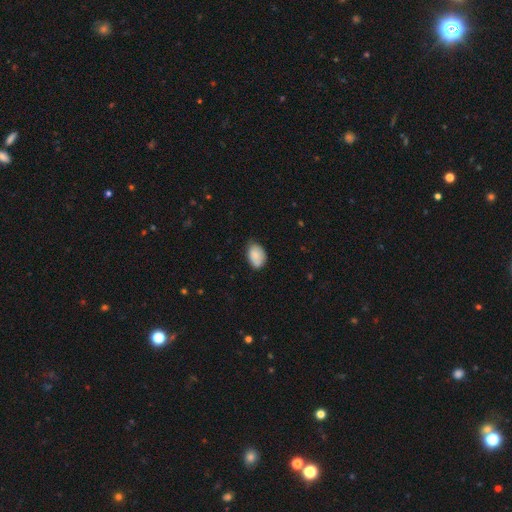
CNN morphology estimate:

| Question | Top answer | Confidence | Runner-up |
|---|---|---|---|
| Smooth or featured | smooth | 82% | featured or disk (10%) |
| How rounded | in between | 85% | round (14%) |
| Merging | none | 61% | minor disturbance (33%) |